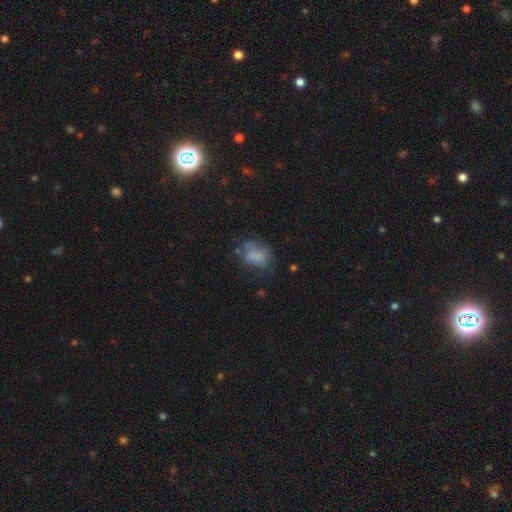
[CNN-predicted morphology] The model was most divided on "merging": none: 39%, minor disturbance: 28%, major disturbance: 28%, merger: 5%. More confident: how rounded — in between (72%); smooth or featured — smooth (60%).